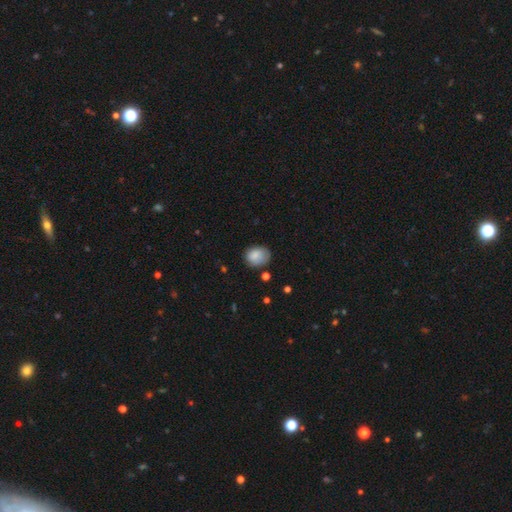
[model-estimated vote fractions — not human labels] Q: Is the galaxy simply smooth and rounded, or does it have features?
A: smooth — 81%.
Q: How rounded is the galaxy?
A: in between — 54%.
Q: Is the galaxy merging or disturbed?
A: none — 62%.